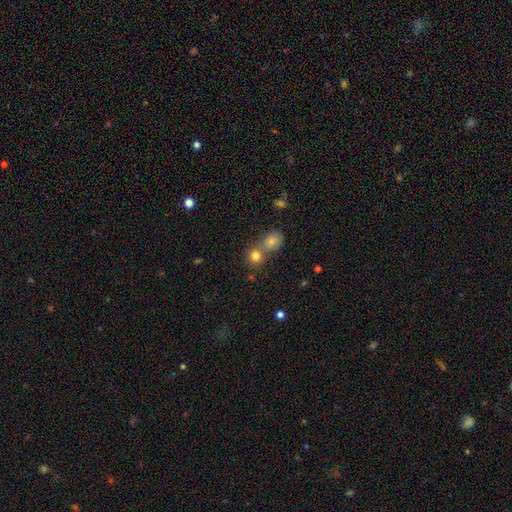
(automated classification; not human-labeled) A smooth galaxy with no disk features (79%) that is round (80%).

Vote fractions:
- Smooth or featured? smooth: 79% / star or artifact: 13% / featured or disk: 8%
- How rounded? round: 80% / in between: 19% / cigar-shaped: 1%
- Merging? merger: 45% (tied) / none: 45% (tied) / minor disturbance: 6% / major disturbance: 3%